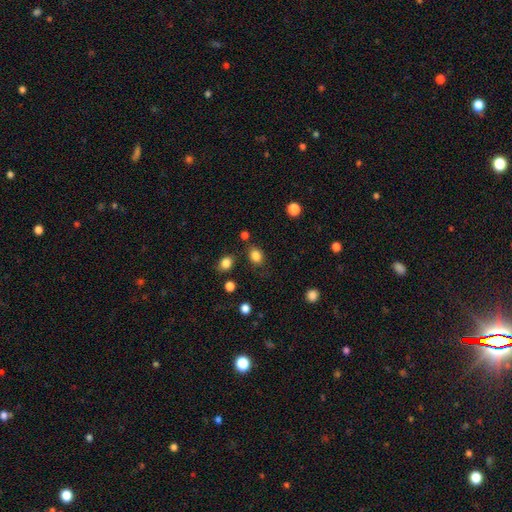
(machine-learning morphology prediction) Smooth or featured? smooth (84%)
How rounded? in between (53%)
Merging? none (78%)